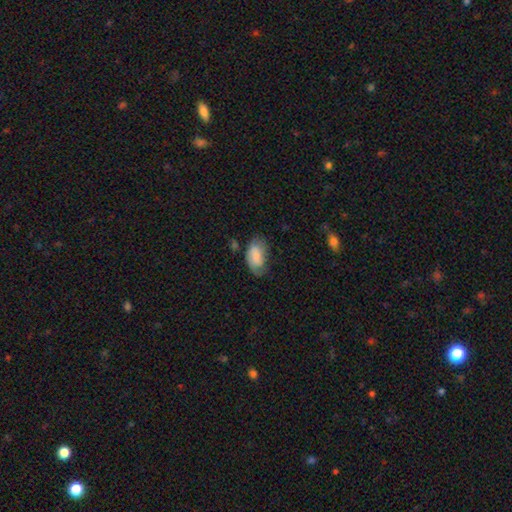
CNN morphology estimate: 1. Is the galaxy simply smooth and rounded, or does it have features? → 69% smooth, 23% featured or disk, 7% star or artifact.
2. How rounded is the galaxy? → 93% in between, 5% round, 2% cigar-shaped.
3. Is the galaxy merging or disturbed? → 51% none, 32% minor disturbance, 14% major disturbance, 3% merger.